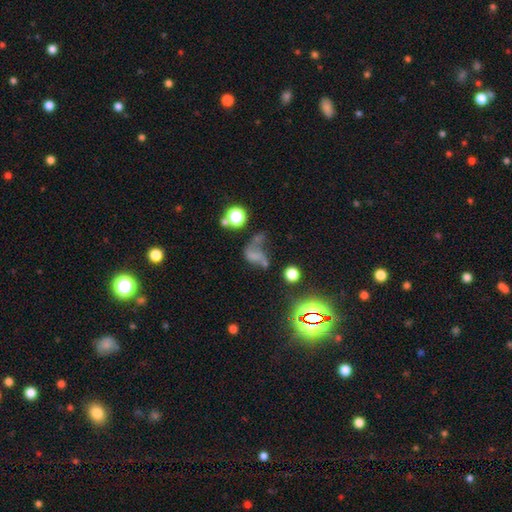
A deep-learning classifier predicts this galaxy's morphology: This is marginally a smooth galaxy (42%). Merging: marginally major disturbance (34%).